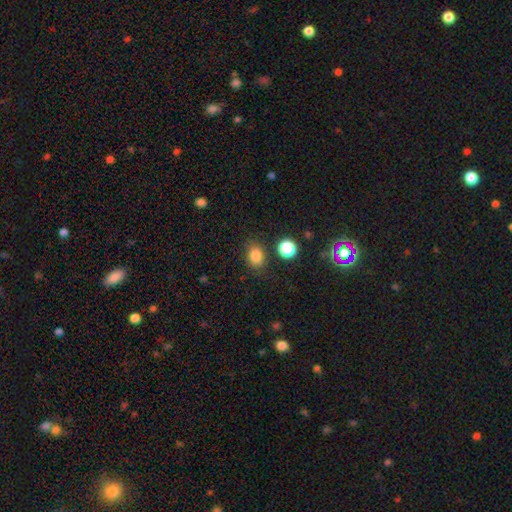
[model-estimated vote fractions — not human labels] smooth-or-featured: smooth: 82% | star or artifact: 12% | featured or disk: 5%
  how-rounded: in between: 55% | round: 43% | cigar-shaped: 1%
  merging: none: 81% | minor disturbance: 12% | major disturbance: 4% | merger: 4%